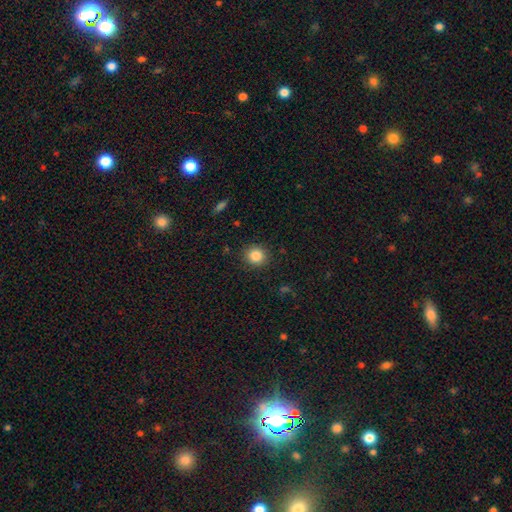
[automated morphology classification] A smooth galaxy with no disk features (84%) that is round (90%).

Vote fractions:
- Smooth or featured? smooth: 84% / star or artifact: 11% / featured or disk: 5%
- How rounded? round: 90% / in between: 9% / cigar-shaped: 1%
- Merging? none: 90% / minor disturbance: 7% / major disturbance: 2% / merger: 1%